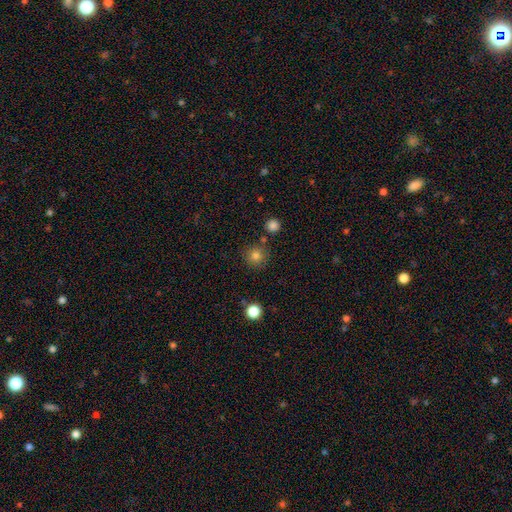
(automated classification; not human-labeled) smooth 81%, star or artifact 13%, featured or disk 6%. Down the decision tree: how rounded — round (94%); merging — none (83%).